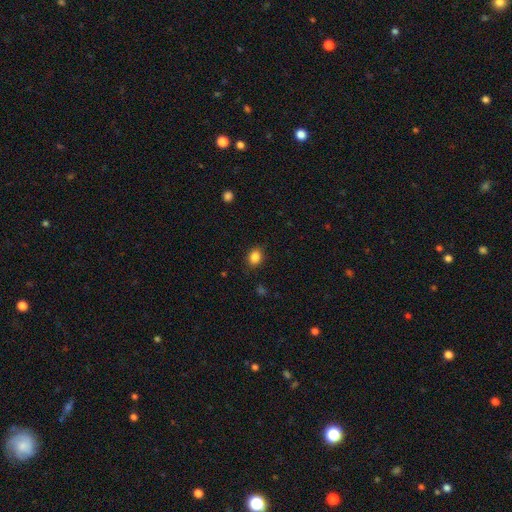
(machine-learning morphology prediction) Overall: smooth (85%). How rounded: in between (51%; round 48%). Merging: none (87%).